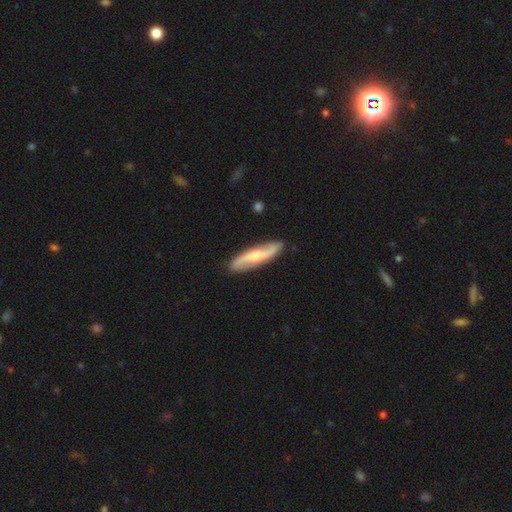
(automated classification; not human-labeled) Smooth or featured? featured or disk (70%)
Edge-on disk? no (77%)
Bar? no (43%)
Spiral arms? yes (93%)
Spiral winding? loose (69%)
Spiral arm count? 2 (92%)
Bulge size? small (46%)
Merging? none (87%)